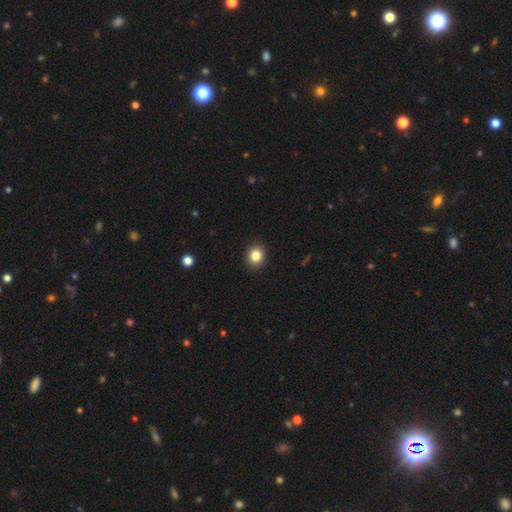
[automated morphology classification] The model was most divided on "how rounded": round: 73%, in between: 26%, cigar-shaped: 1%. More confident: merging — none (91%); smooth or featured — smooth (85%).